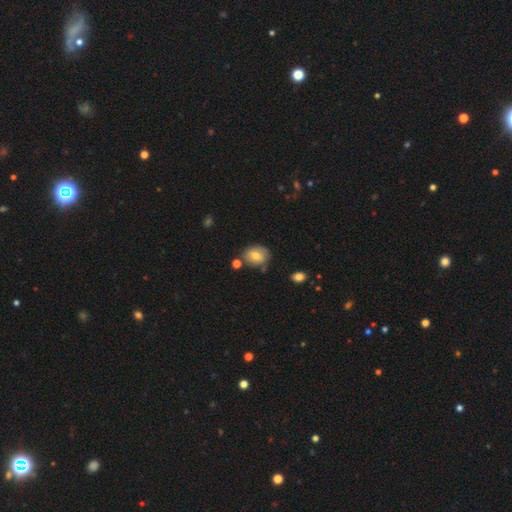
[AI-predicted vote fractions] This appears to be a smooth galaxy with no disk features (71%) that is in between round and cigar-shaped (50%). Merging: none (71%).